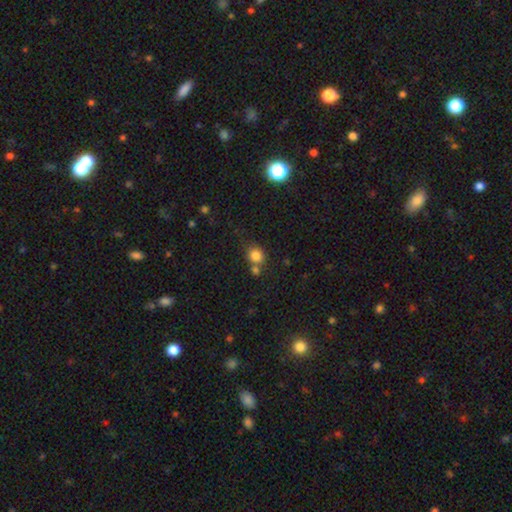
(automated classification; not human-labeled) This appears to be a smooth galaxy with no disk features (82%) that is round (79%). Merging: none (56%).